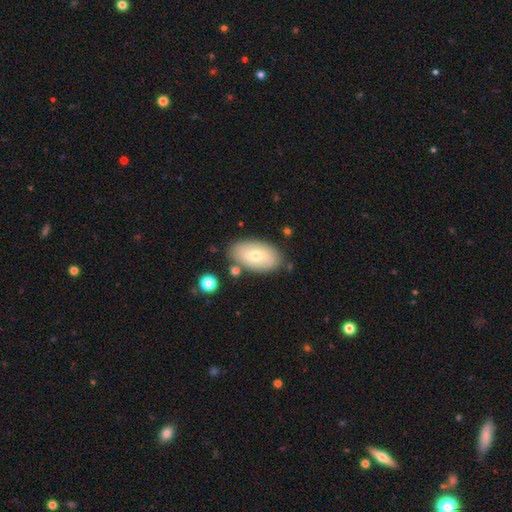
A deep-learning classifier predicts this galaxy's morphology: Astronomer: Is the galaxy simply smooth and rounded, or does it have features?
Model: smooth — 61%.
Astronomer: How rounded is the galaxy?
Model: in between — 93%.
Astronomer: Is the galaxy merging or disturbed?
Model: none — 79%.